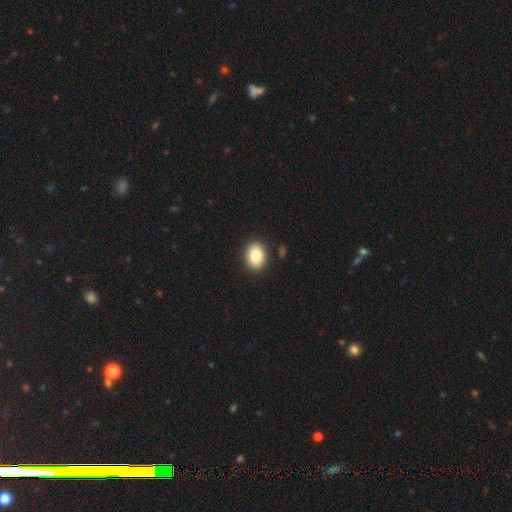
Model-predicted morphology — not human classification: A smooth galaxy with no disk features (86%) that is in between round and cigar-shaped (70%). Merging: none (89%).